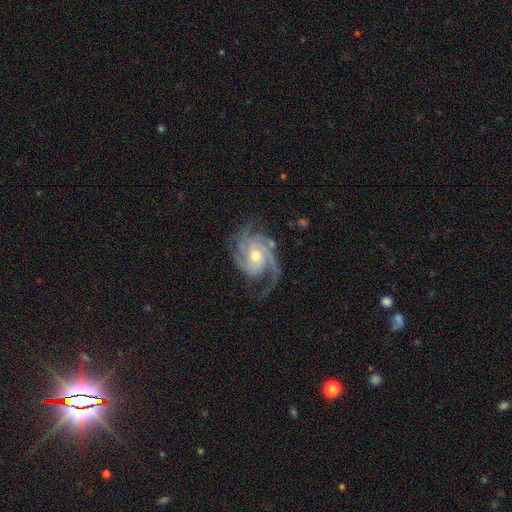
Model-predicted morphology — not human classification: smooth-or-featured: featured or disk: 92% | star or artifact: 4% | smooth: 3%
  disk-edge-on: no: 98% | yes: 2%
    bar: no: 64% | weak: 28% | strong: 8%
    has-spiral-arms: yes: 99% | no: 1%
      spiral-winding: tight: 51% | medium: 42% | loose: 7%
      spiral-arm-count: 3: 48% | 4: 18% | 2: 13% | can't tell: 9% | more than 4: 6% | 1: 6%
    bulge-size: moderate: 64% | small: 30% | large: 4% | none: 1% | dominant: 1%
  merging: none: 74% | minor disturbance: 16% | major disturbance: 9% | merger: 1%